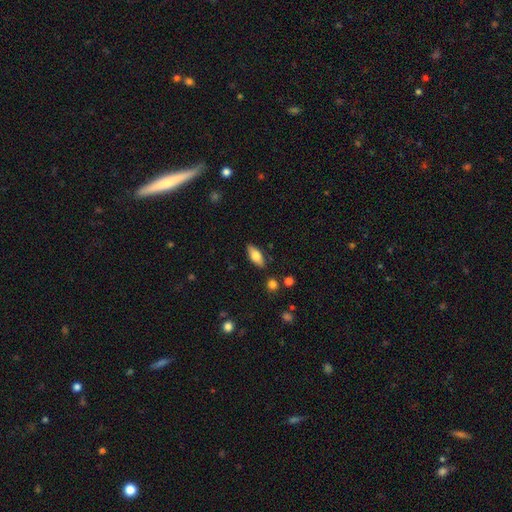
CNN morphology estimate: A smooth galaxy with no disk features (67%) that is in between round and cigar-shaped (80%).

Vote fractions:
- Smooth or featured? smooth: 67% / featured or disk: 26% / star or artifact: 7%
- How rounded? in between: 80% / cigar-shaped: 17% / round: 3%
- Merging? none: 85% / minor disturbance: 11% / major disturbance: 2% / merger: 2%